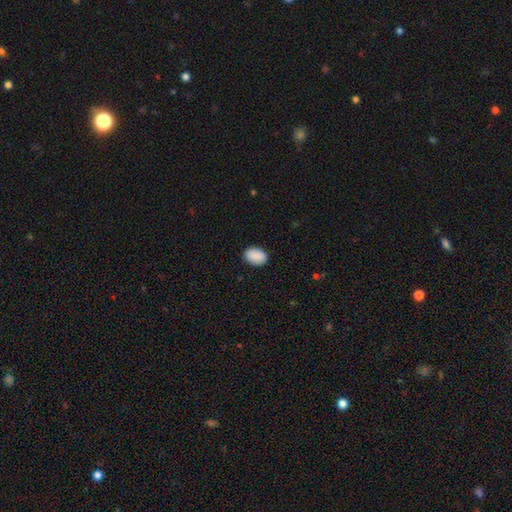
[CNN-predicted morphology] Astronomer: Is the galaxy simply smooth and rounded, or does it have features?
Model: smooth — 90%.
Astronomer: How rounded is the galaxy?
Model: in between — 83%.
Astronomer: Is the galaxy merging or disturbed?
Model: none — 89%.